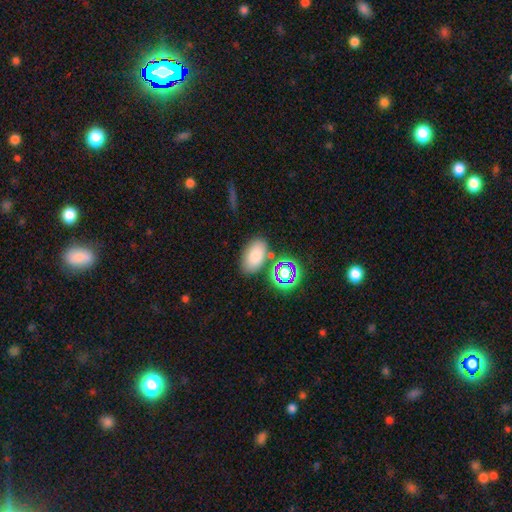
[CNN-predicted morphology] smooth_or_featured: smooth (p=0.77) [alt: star or artifact p=0.14]
how_rounded: in between (p=0.89) [alt: round p=0.10]
merging: none (p=0.73) [alt: minor disturbance p=0.13]